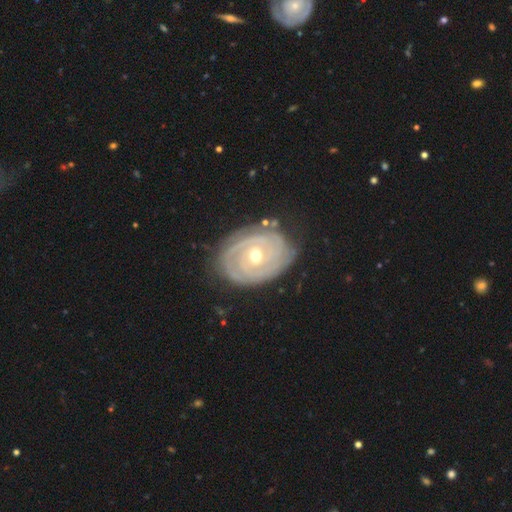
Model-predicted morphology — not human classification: Smooth or featured? featured or disk (86%)
Edge-on disk? no (96%)
Bar? no (70%)
Spiral arms? yes (90%)
Spiral winding? tight (84%)
Spiral arm count? 2 (32%)
Bulge size? moderate (65%)
Merging? none (77%)